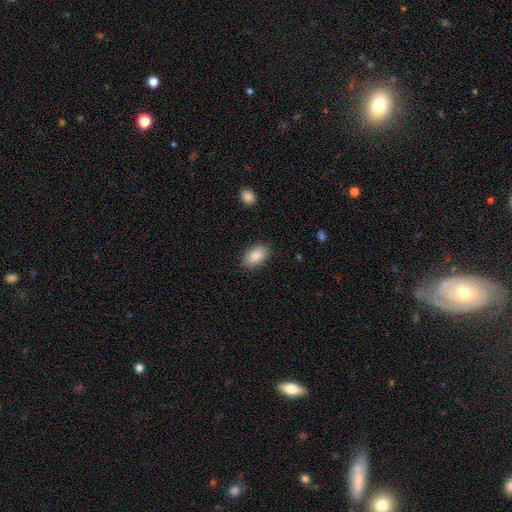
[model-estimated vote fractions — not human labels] Smooth or featured?
  - smooth: 87% *
  - star or artifact: 7%
  - featured or disk: 6%
How rounded?
  - in between: 93% *
  - round: 6%
  - cigar-shaped: 1%
Merging?
  - none: 87% *
  - minor disturbance: 10%
  - major disturbance: 2%
  - merger: 1%